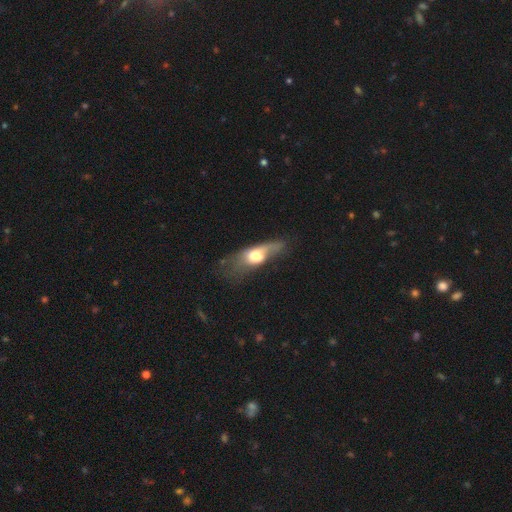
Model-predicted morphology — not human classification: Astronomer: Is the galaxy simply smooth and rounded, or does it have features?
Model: smooth — 53% (runner-up: featured or disk, 39%).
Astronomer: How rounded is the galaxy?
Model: in between — 69%.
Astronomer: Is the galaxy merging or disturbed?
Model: major disturbance — 43% (runner-up: minor disturbance, 26%).